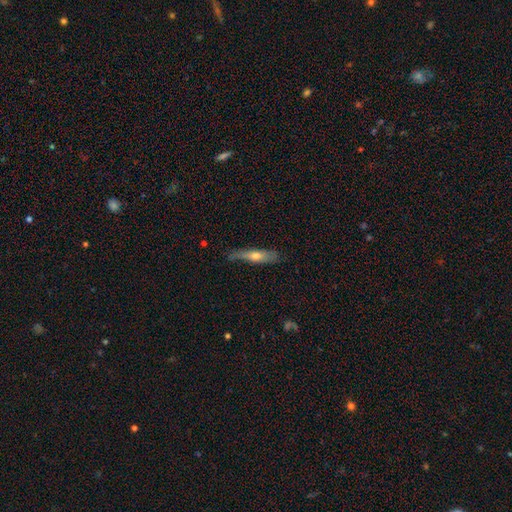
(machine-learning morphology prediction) A smooth galaxy with no disk features (49%).

Vote fractions:
- Smooth or featured? smooth: 49% / featured or disk: 45% / star or artifact: 6%
- Merging? none: 67% / minor disturbance: 25% / major disturbance: 6% / merger: 2%